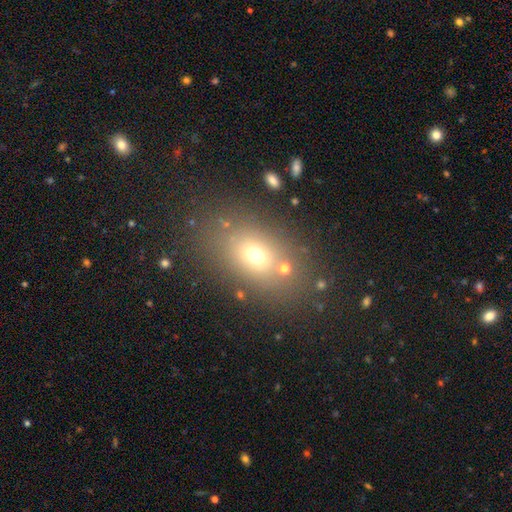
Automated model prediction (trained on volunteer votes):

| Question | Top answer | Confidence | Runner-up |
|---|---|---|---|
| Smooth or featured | smooth | 66% | star or artifact (20%) |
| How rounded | in between | 68% | round (30%) |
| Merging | none | 75% | minor disturbance (11%) |